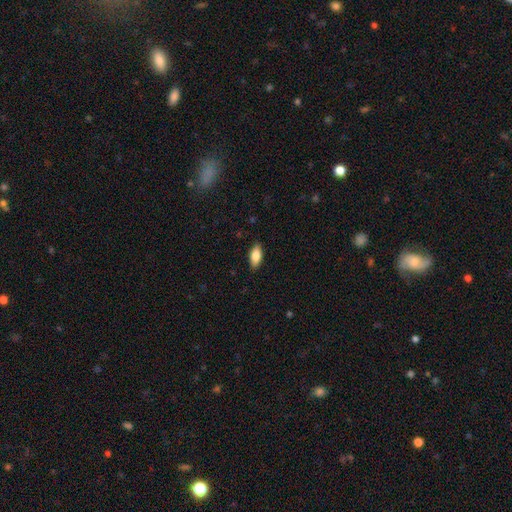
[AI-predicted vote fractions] A smooth galaxy with no disk features (79%) that is in between round and cigar-shaped (85%). Merging: none (88%).